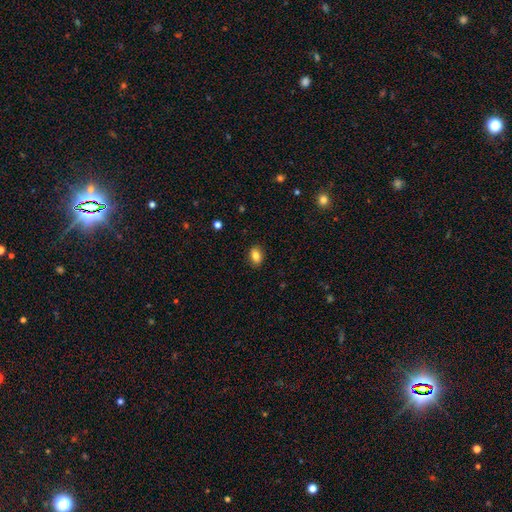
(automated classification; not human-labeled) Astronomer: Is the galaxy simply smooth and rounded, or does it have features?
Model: smooth — 83%.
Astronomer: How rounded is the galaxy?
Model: in between — 80%.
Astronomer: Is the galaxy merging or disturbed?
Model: none — 88%.